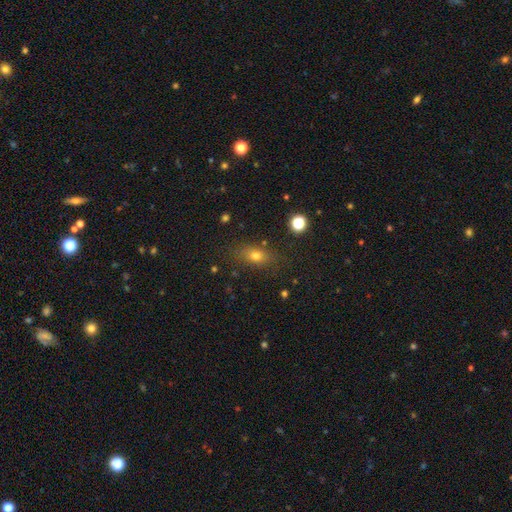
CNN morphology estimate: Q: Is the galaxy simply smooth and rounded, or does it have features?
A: smooth — 71%.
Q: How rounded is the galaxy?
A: in between — 69%.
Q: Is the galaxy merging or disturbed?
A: none — 78%.